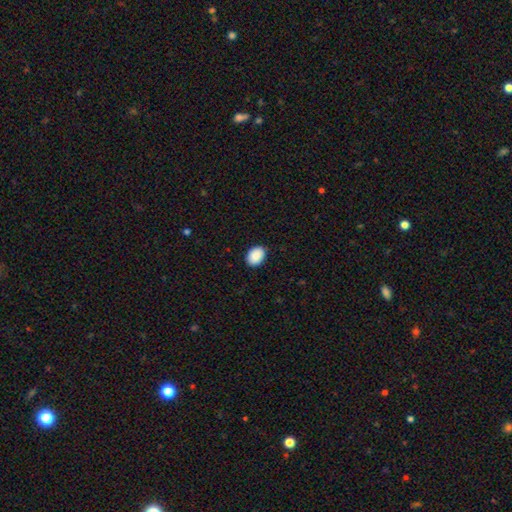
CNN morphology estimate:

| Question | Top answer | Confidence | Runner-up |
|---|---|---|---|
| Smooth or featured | smooth | 91% | star or artifact (7%) |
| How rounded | in between | 77% | round (22%) |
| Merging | none | 89% | minor disturbance (9%) |